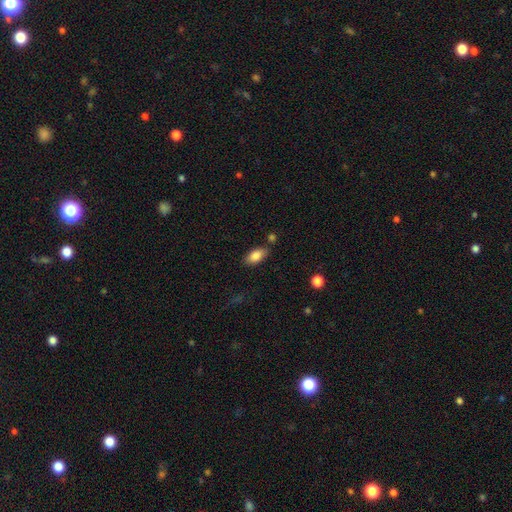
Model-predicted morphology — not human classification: Q: Smooth or featured?
A: smooth (84%); runner-up: featured or disk (9%)
Q: How rounded?
A: in between (91%); runner-up: cigar-shaped (5%)
Q: Merging?
A: none (78%); runner-up: minor disturbance (13%)